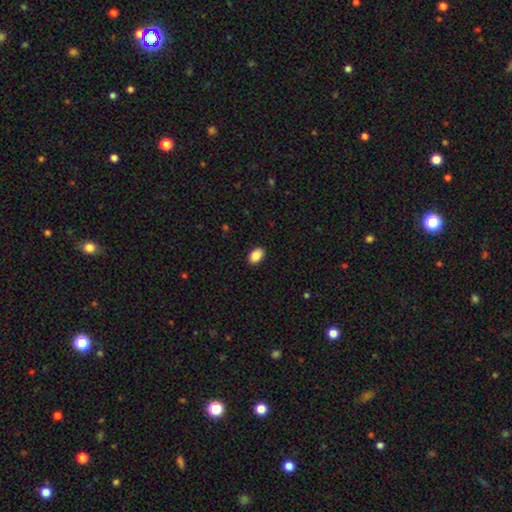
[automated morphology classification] smooth_or_featured: smooth (p=0.88) [alt: star or artifact p=0.08]
how_rounded: in between (p=0.86) [alt: round p=0.13]
merging: none (p=0.90) [alt: minor disturbance p=0.08]